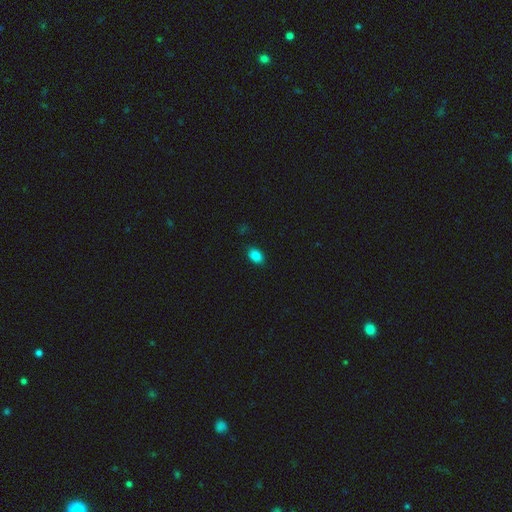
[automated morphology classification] smooth_or_featured: smooth (p=0.86) [alt: star or artifact p=0.10]
how_rounded: in between (p=0.84) [alt: round p=0.15]
merging: none (p=0.86) [alt: minor disturbance p=0.10]